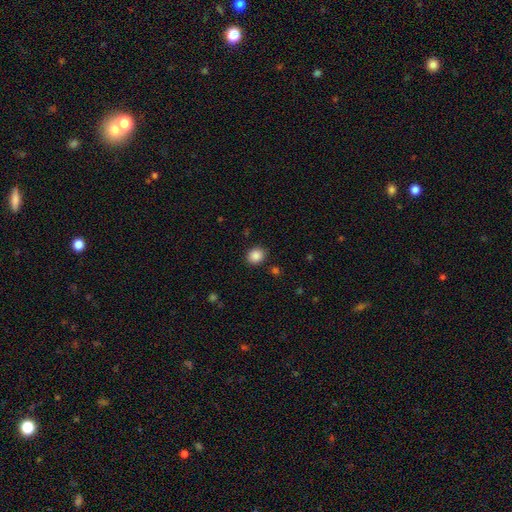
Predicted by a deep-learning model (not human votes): smooth-or-featured: smooth: 87% | star or artifact: 9% | featured or disk: 3%
  how-rounded: round: 69% | in between: 30% | cigar-shaped: 1%
  merging: none: 87% | minor disturbance: 9% | major disturbance: 3% | merger: 2%